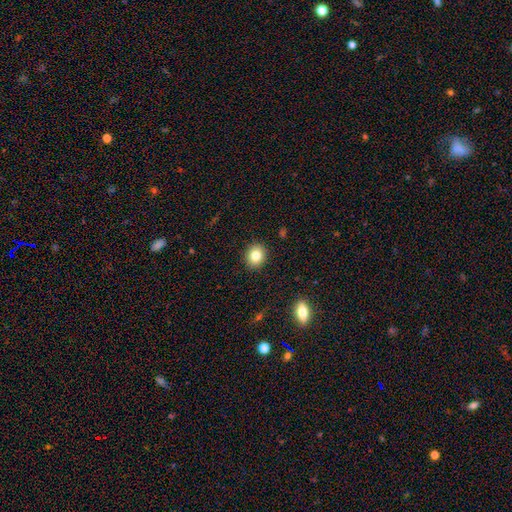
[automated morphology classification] Overall: smooth (81%). How rounded: round (73%). Merging: none (91%).